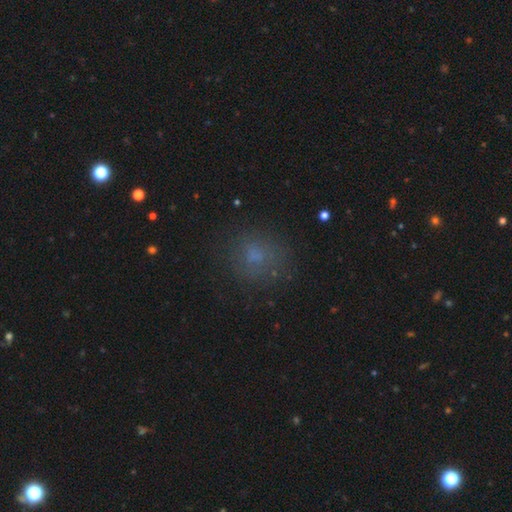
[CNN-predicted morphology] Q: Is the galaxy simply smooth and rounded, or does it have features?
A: smooth — 65%.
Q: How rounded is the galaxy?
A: round — 76%.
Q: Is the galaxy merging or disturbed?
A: none — 74%.